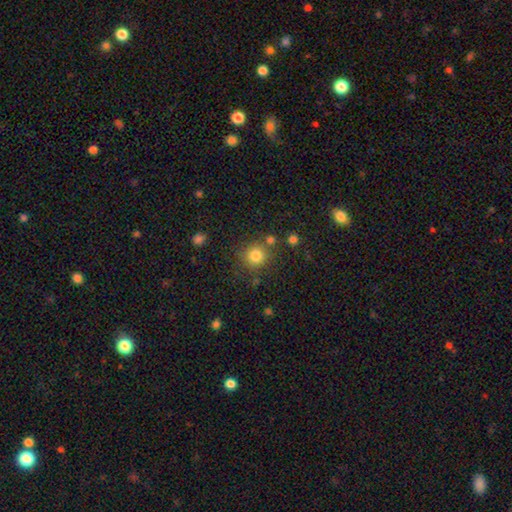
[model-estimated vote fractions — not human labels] Q: Smooth or featured?
A: smooth (80%); runner-up: star or artifact (13%)
Q: How rounded?
A: round (92%); runner-up: in between (8%)
Q: Merging?
A: none (77%); runner-up: minor disturbance (10%)